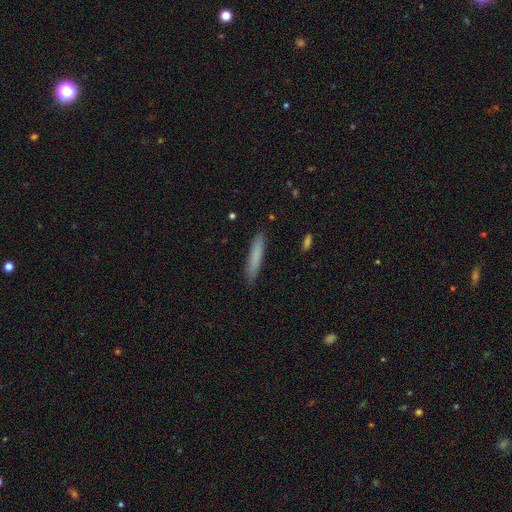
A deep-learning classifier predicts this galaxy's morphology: This appears to be a smooth galaxy with no disk features (80%) that is cigar-shaped (92%). Merging: none (88%).